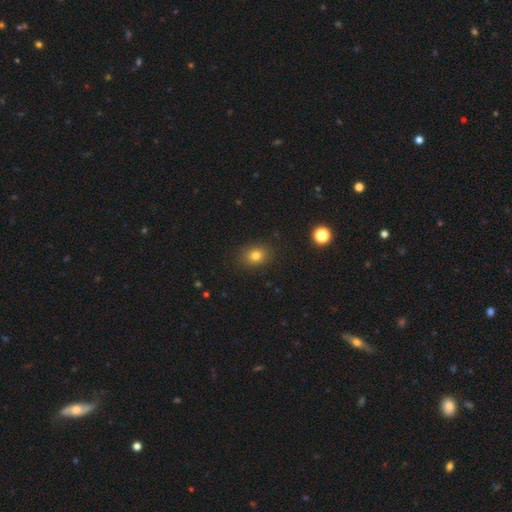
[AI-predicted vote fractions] Smooth or featured? smooth (79%)
How rounded? round (53%)
Merging? none (88%)